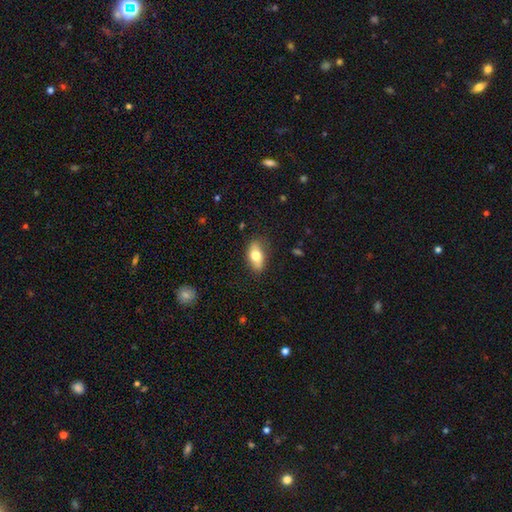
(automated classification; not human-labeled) This is likely a smooth galaxy (71%). How rounded: clearly in between (86%). Merging: clearly none (80%).